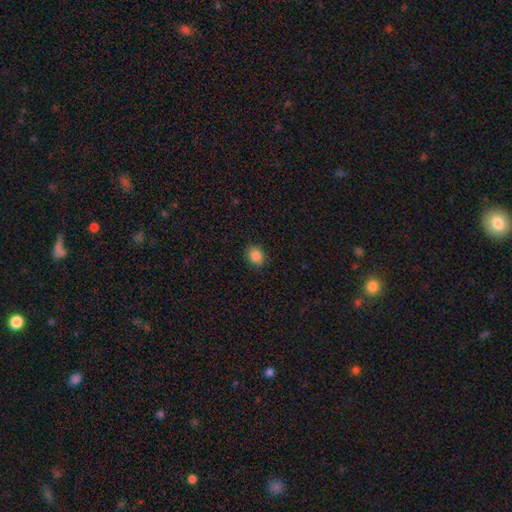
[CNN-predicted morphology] Smooth or featured: smooth — 85% (star or artifact — 10%)
How rounded: round — 50% (in between — 49%)
Merging: none — 88% (minor disturbance — 8%)